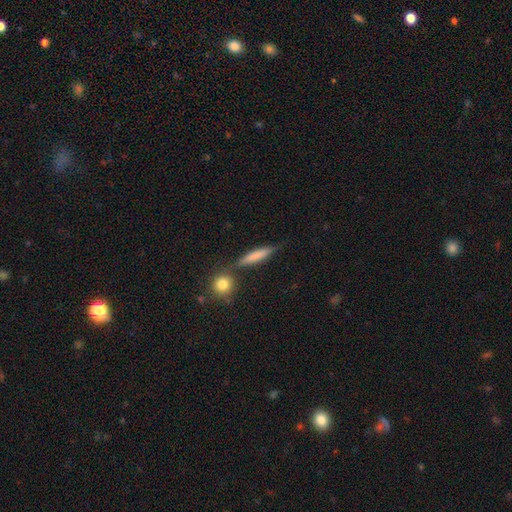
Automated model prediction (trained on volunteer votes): Morphology: type=smooth (71%); roundness=cigar-shaped (81%); merging=none (75%).